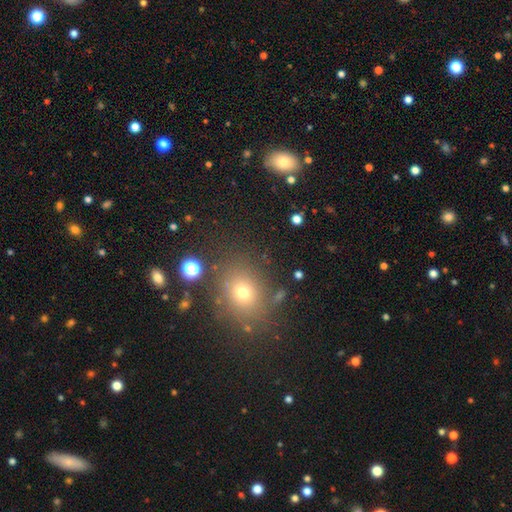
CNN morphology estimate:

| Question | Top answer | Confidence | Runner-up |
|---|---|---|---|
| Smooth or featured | smooth | 61% | star or artifact (28%) |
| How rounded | round | 62% | in between (37%) |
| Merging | none | 82% | minor disturbance (9%) |